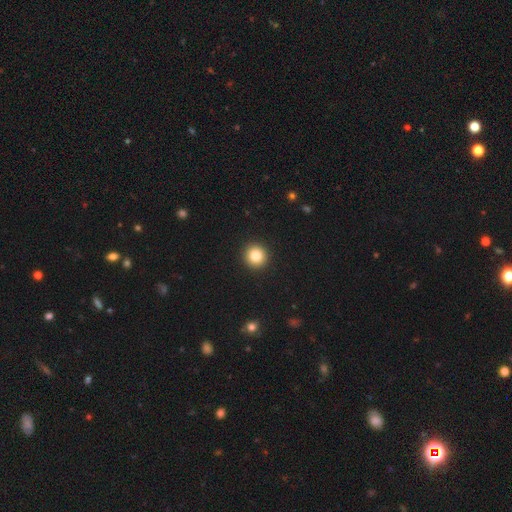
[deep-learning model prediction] Overall: smooth (83%). How rounded: round (95%). Merging: none (93%).